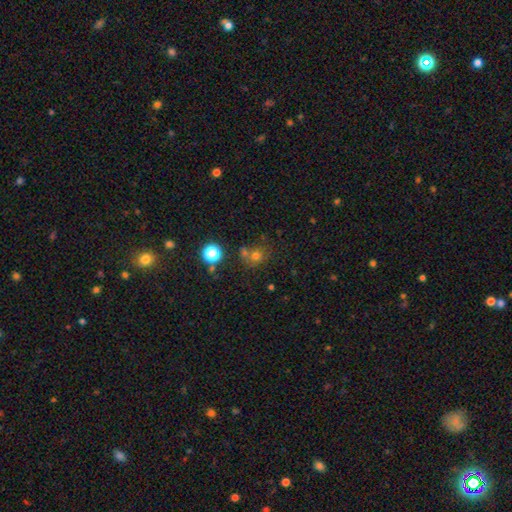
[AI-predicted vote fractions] The model was most divided on "merging": none: 58%, merger: 26%, minor disturbance: 11%, major disturbance: 5%. More confident: how rounded — round (82%); smooth or featured — smooth (62%).